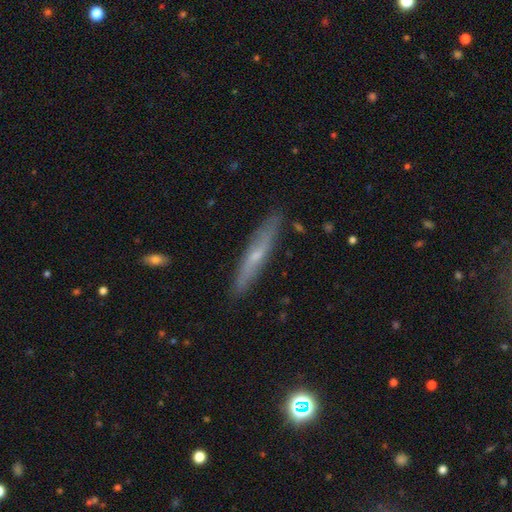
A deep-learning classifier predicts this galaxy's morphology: A featured or disk galaxy (54%) viewed edge-on (82%).

Vote fractions:
- Smooth or featured? featured or disk: 54% / smooth: 39% / star or artifact: 7%
- Edge-on disk? yes: 82% / no: 18%
- Merging? none: 86% / minor disturbance: 10% / major disturbance: 2% / merger: 1%